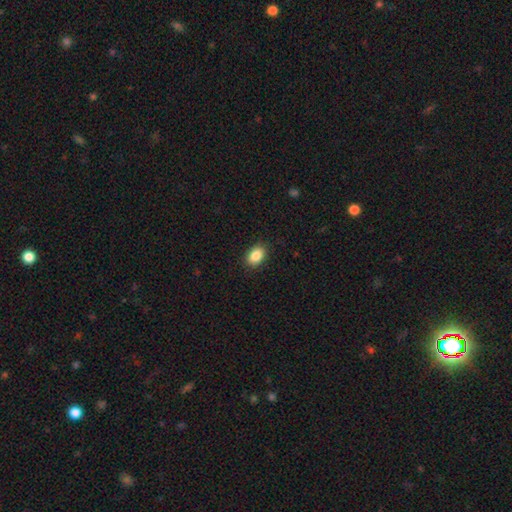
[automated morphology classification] Q: Smooth or featured?
A: smooth (87%); runner-up: star or artifact (8%)
Q: How rounded?
A: in between (80%); runner-up: round (19%)
Q: Merging?
A: none (89%); runner-up: minor disturbance (8%)